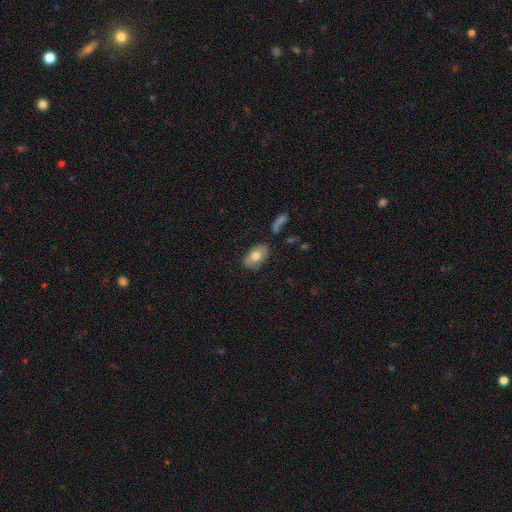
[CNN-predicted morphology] type=smooth (67%); roundness=in between (90%); merging=none (77%).